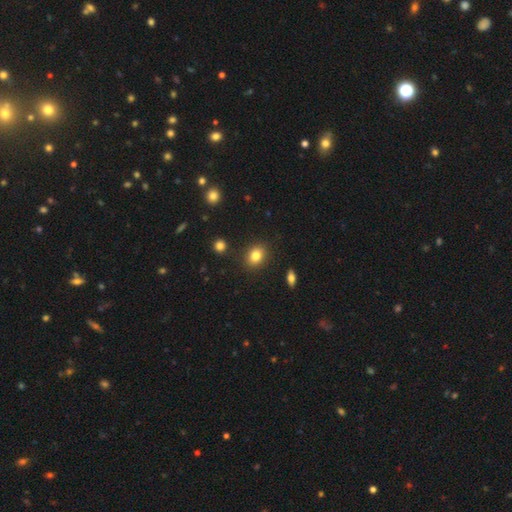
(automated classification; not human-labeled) Smooth or featured: smooth — 82% (star or artifact — 10%)
How rounded: round — 55% (in between — 44%)
Merging: none — 88% (minor disturbance — 8%)